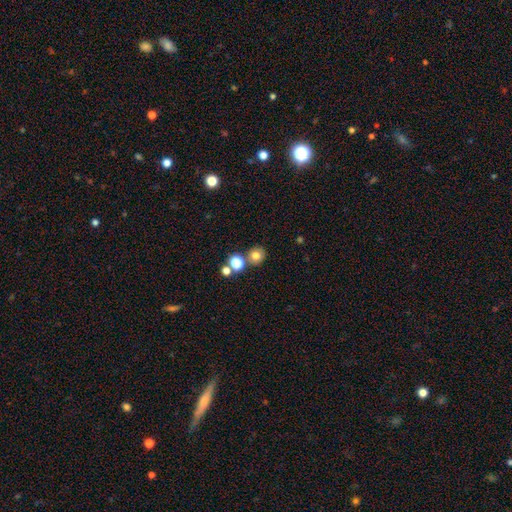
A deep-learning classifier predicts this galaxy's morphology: A smooth galaxy with no disk features (76%) that is round (88%).

Vote fractions:
- Smooth or featured? smooth: 76% / star or artifact: 15% / featured or disk: 8%
- How rounded? round: 88% / in between: 12% / cigar-shaped: 1%
- Merging? none: 74% / merger: 15% / minor disturbance: 8% / major disturbance: 3%